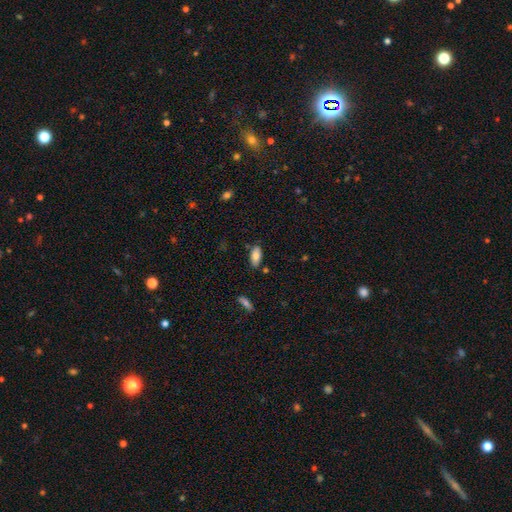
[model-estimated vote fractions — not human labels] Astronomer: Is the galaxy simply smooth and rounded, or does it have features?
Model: smooth — 78%.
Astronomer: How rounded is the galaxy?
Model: in between — 90%.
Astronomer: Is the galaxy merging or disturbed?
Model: none — 79%.